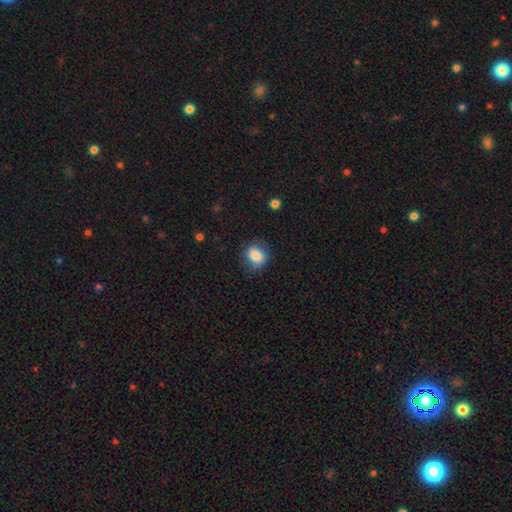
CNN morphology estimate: Smooth or featured? smooth (82%)
How rounded? round (52%)
Merging? none (76%)